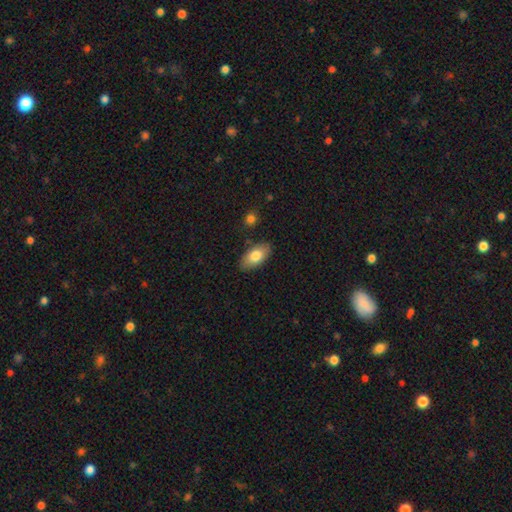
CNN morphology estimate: type=smooth (78%); roundness=in between (92%); merging=none (84%).